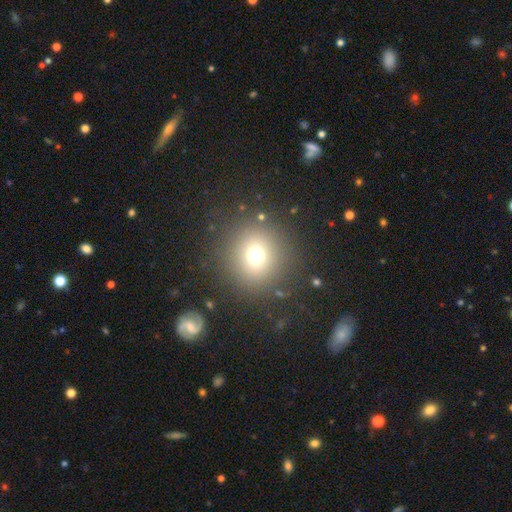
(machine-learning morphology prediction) smooth-or-featured: smooth: 70% | star or artifact: 20% | featured or disk: 11%
  how-rounded: round: 93% | in between: 6% | cigar-shaped: 1%
  merging: none: 86% | minor disturbance: 7% | major disturbance: 5% | merger: 2%